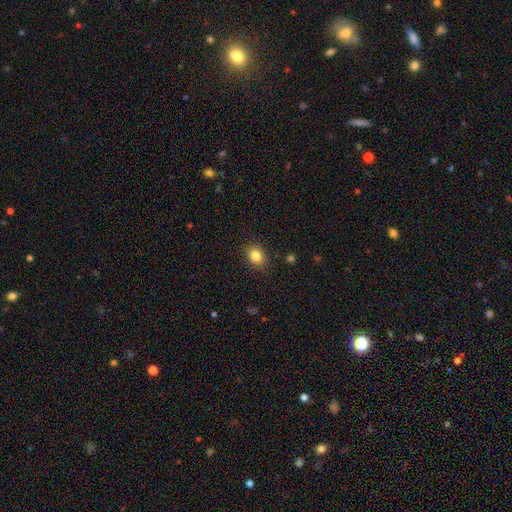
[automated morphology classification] Q: Smooth or featured?
A: smooth (84%); runner-up: star or artifact (10%)
Q: How rounded?
A: in between (51%); runner-up: round (48%)
Q: Merging?
A: none (88%); runner-up: minor disturbance (9%)